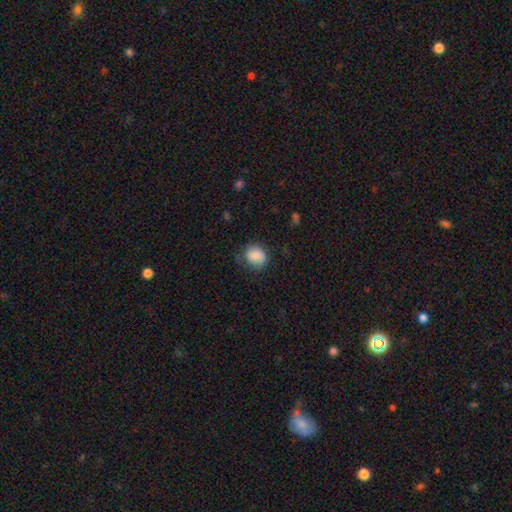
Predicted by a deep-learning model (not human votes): Smooth or featured?
  - smooth: 82% *
  - featured or disk: 10%
  - star or artifact: 8%
How rounded?
  - round: 71% *
  - in between: 29%
  - cigar-shaped: 1%
Merging?
  - none: 71% *
  - minor disturbance: 21%
  - major disturbance: 7%
  - merger: 1%